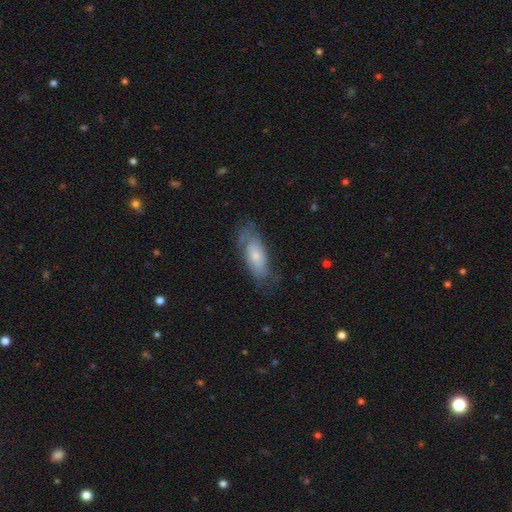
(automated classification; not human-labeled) Overall: smooth (53%; featured or disk 40%). How rounded: in between (79%). Merging: none (58%; minor disturbance 27%).